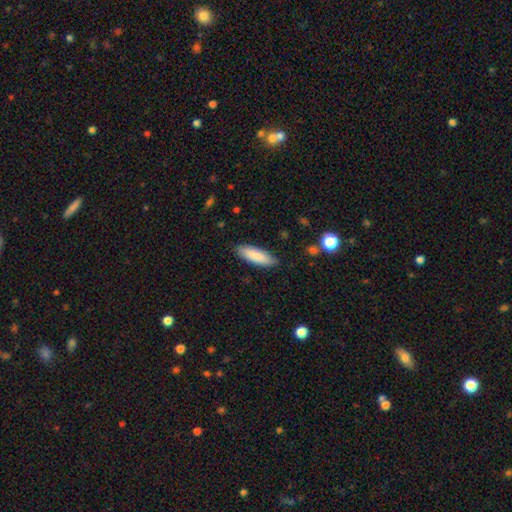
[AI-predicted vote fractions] smooth_or_featured: smooth (p=0.85) [alt: featured or disk p=0.09]
how_rounded: in between (p=0.53) [alt: cigar-shaped p=0.45]
merging: none (p=0.87) [alt: minor disturbance p=0.10]